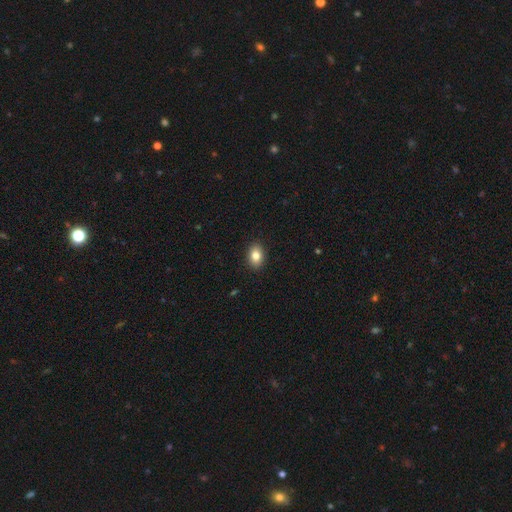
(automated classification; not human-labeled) Smooth or featured? smooth (82%)
How rounded? in between (79%)
Merging? none (90%)